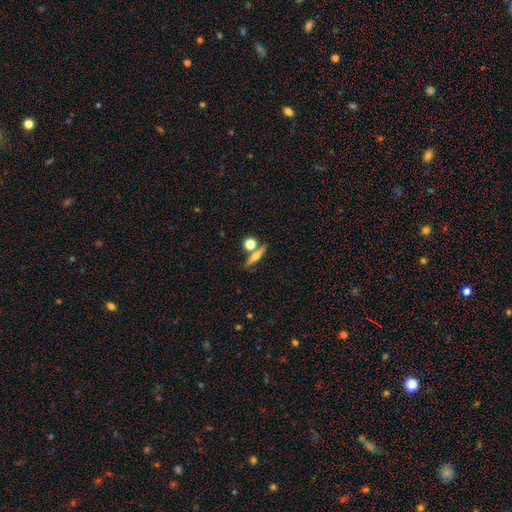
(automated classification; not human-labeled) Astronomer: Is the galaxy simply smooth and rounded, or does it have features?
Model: featured or disk — 54% (runner-up: smooth, 36%).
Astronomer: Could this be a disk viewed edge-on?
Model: yes — 92%.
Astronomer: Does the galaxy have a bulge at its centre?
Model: rounded — 93%.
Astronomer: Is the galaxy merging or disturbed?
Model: none — 72%.